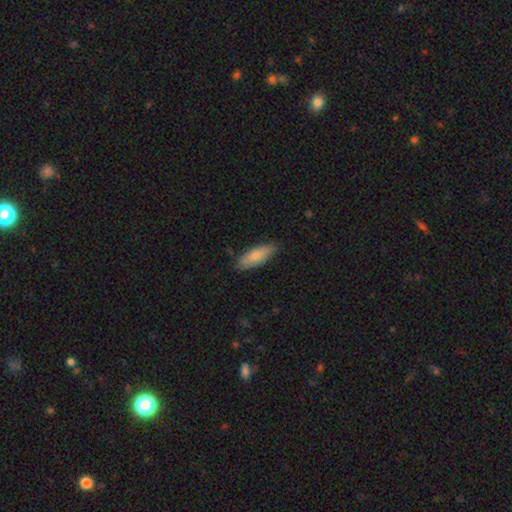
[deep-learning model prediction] A smooth galaxy with no disk features (78%) that is in between round and cigar-shaped (73%). Merging: none (79%).